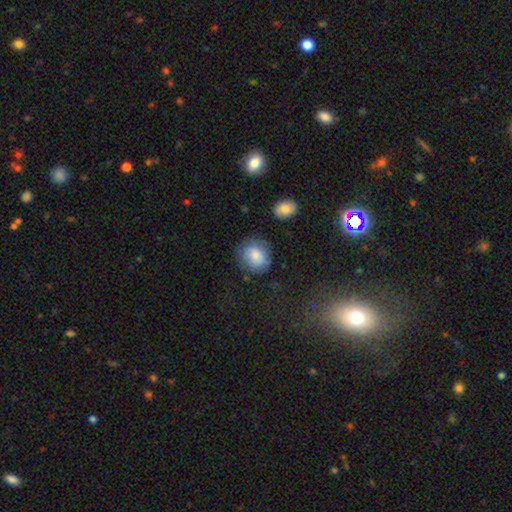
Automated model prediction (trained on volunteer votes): Overall: smooth (80%). How rounded: round (69%; in between 30%). Merging: none (73%).